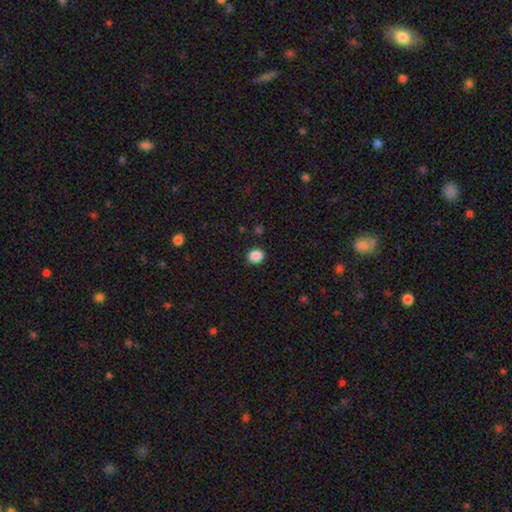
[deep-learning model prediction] Q: Smooth or featured?
A: smooth (88%); runner-up: star or artifact (9%)
Q: How rounded?
A: round (65%); runner-up: in between (34%)
Q: Merging?
A: none (90%); runner-up: minor disturbance (7%)